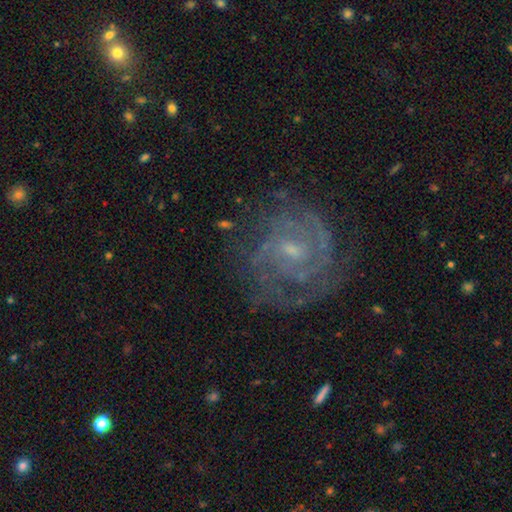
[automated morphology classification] smooth_or_featured: featured or disk (p=0.84) [alt: star or artifact p=0.09]
disk_edge_on: no (p=0.98) [alt: yes p=0.02]
bar: weak (p=0.52) [alt: no p=0.38]
has_spiral_arms: yes (p=0.95) [alt: no p=0.05]
spiral_winding: tight (p=0.63) [alt: medium p=0.31]
spiral_arm_count: 2 (p=0.36) [alt: can't tell p=0.27]
bulge_size: small (p=0.64) [alt: moderate p=0.26]
merging: none (p=0.75) [alt: minor disturbance p=0.15]